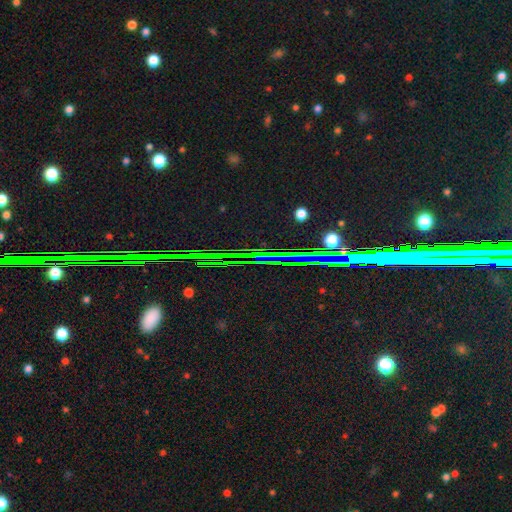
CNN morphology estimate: This appears to be a star or artifact, not a galaxy (83%).